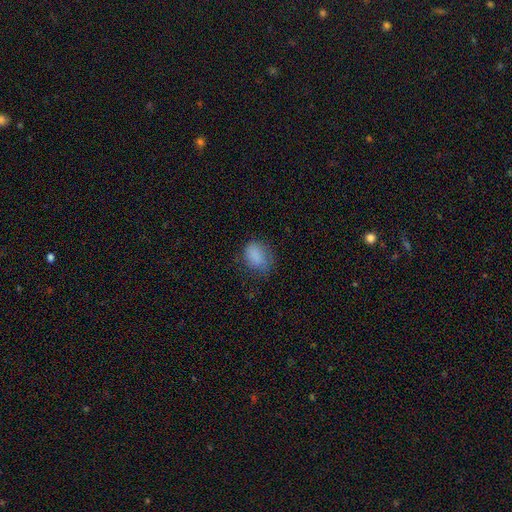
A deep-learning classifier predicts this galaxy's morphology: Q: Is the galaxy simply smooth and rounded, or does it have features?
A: smooth — 83%.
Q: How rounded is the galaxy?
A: in between — 62%.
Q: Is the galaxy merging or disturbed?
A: none — 59%.